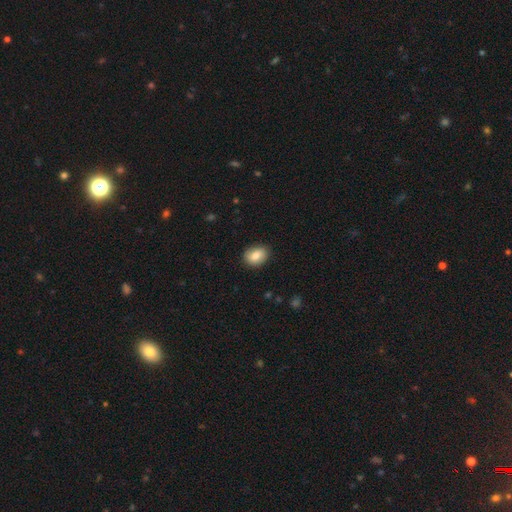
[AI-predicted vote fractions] Overall: smooth (82%). How rounded: in between (64%; round 35%). Merging: none (86%).